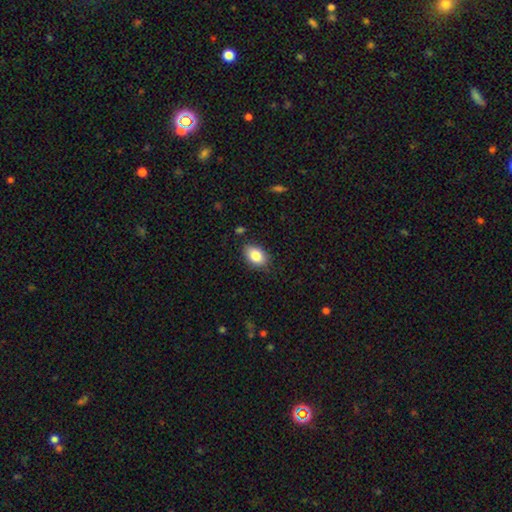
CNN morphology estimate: A smooth galaxy with no disk features (84%) that is in between round and cigar-shaped (84%). Merging: none (83%).